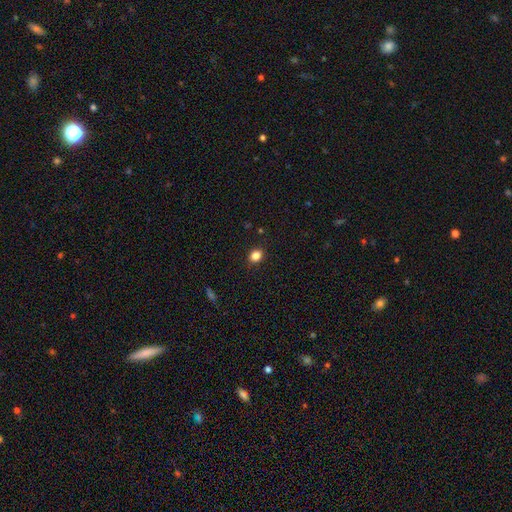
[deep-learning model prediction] smooth-or-featured: smooth: 84% | star or artifact: 12% | featured or disk: 4%
  how-rounded: round: 59% | in between: 40% | cigar-shaped: 1%
  merging: none: 90% | minor disturbance: 7% | major disturbance: 2% | merger: 1%